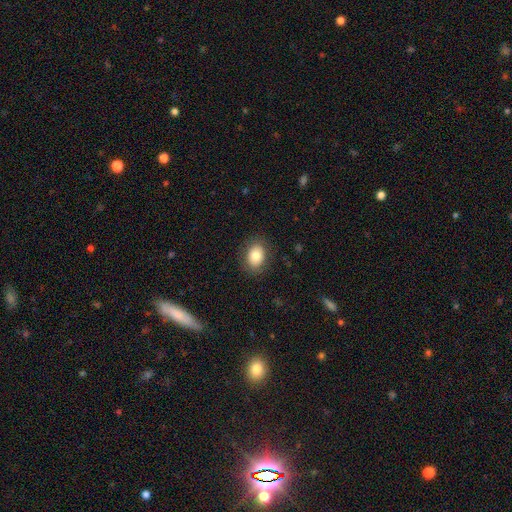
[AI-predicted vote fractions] Overall: smooth (80%). How rounded: in between (71%). Merging: none (86%).